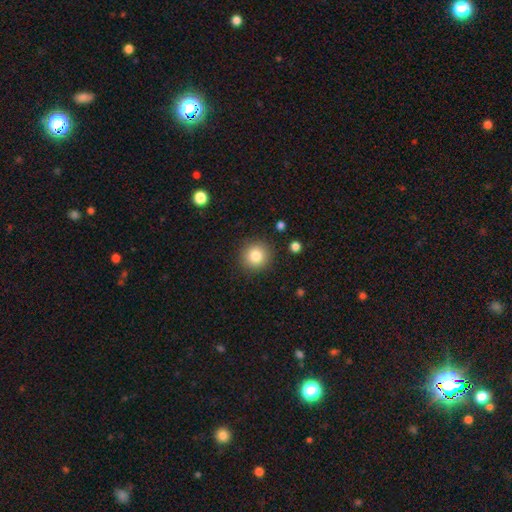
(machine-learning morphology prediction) Smooth or featured: smooth — 83% (star or artifact — 10%)
How rounded: round — 93% (in between — 6%)
Merging: none — 89% (minor disturbance — 7%)